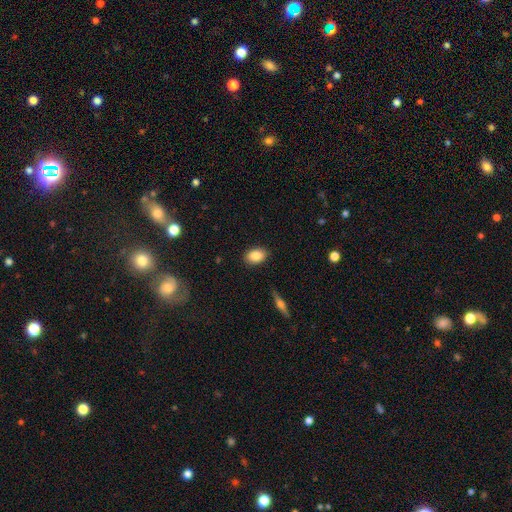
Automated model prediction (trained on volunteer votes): Smooth or featured: smooth — 87% (star or artifact — 7%)
How rounded: in between — 85% (round — 14%)
Merging: none — 88% (minor disturbance — 9%)